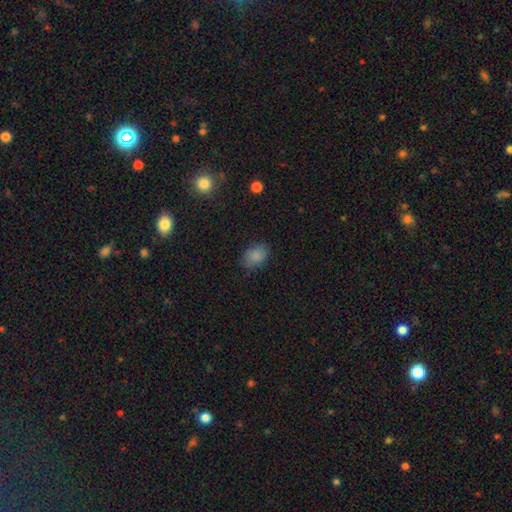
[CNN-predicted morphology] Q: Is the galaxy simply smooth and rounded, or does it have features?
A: smooth — 85%.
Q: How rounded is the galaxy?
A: in between — 74%.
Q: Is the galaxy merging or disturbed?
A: none — 80%.